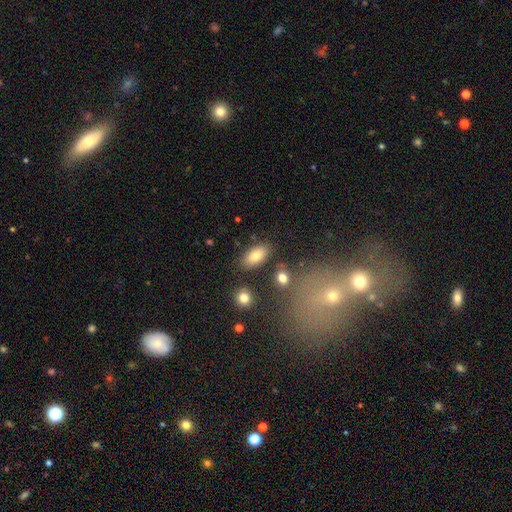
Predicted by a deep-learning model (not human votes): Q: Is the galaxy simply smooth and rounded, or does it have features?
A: smooth — 80%.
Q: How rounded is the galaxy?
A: in between — 91%.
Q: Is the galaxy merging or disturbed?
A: none — 82%.